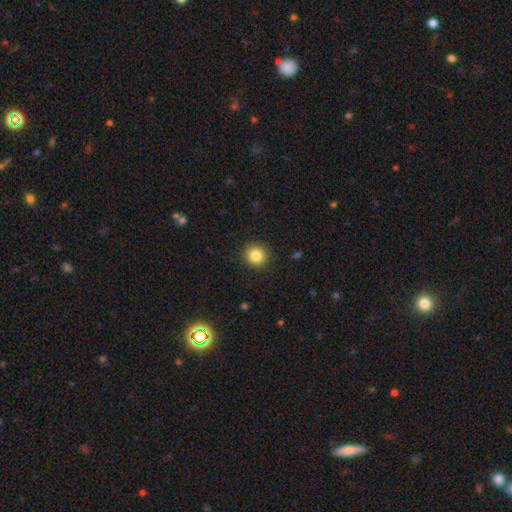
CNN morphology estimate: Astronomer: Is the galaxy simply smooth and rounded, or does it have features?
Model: smooth — 84%.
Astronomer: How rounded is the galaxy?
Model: round — 91%.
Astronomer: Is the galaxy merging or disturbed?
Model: none — 91%.